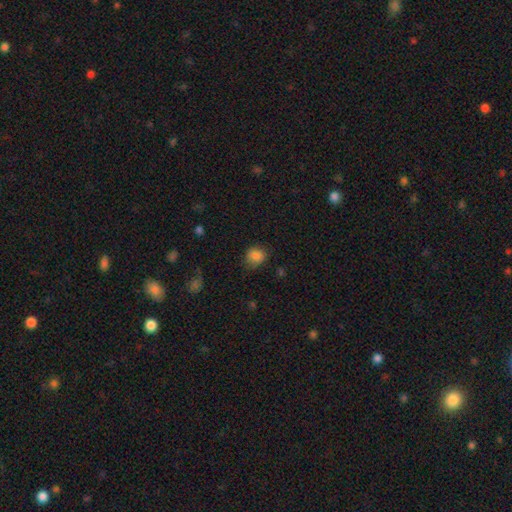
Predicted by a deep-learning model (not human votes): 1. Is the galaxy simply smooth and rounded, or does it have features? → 84% smooth, 11% star or artifact, 5% featured or disk.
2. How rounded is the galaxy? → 70% round, 29% in between, 1% cigar-shaped.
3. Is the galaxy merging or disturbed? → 73% none, 21% minor disturbance, 5% major disturbance, 1% merger.